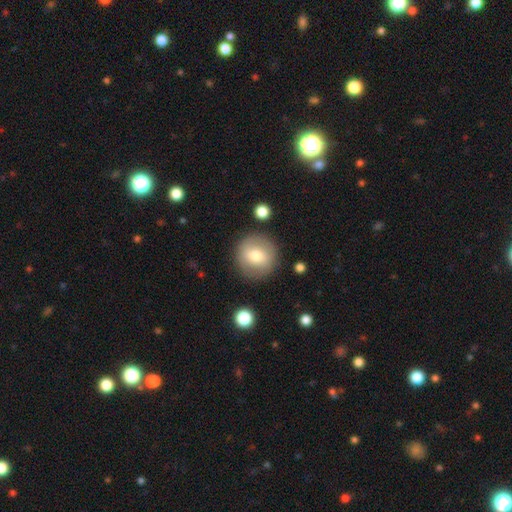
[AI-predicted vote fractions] A smooth galaxy with no disk features (73%) that is round (93%). Merging: none (85%).